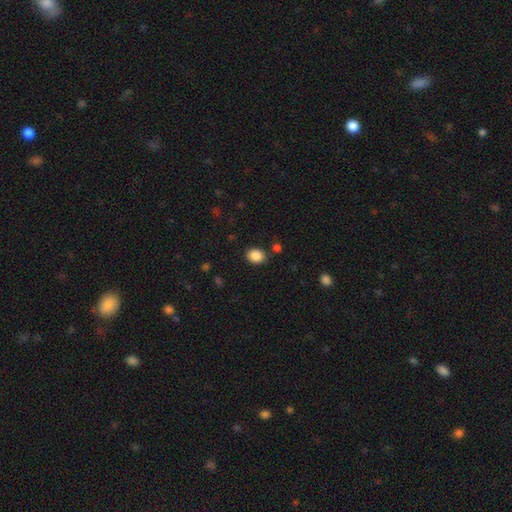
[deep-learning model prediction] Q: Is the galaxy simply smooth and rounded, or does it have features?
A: smooth — 87%.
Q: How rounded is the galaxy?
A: in between — 56%.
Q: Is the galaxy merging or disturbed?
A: none — 82%.